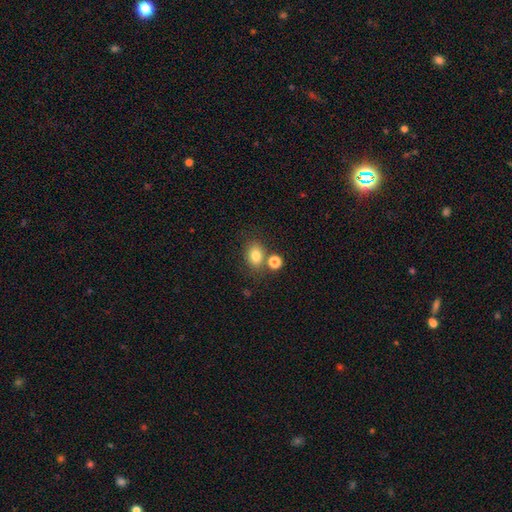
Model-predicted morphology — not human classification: smooth_or_featured: smooth (p=0.81) [alt: star or artifact p=0.12]
how_rounded: in between (p=0.58) [alt: round p=0.41]
merging: none (p=0.67) [alt: merger p=0.17]